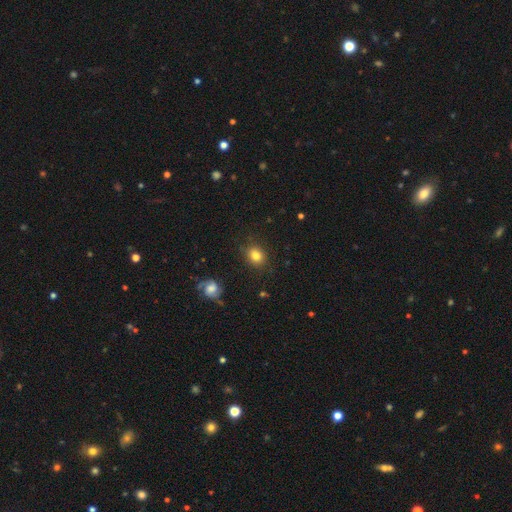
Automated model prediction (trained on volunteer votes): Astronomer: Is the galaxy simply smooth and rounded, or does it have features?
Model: smooth — 80%.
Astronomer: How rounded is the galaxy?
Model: round — 57% (runner-up: in between, 42%).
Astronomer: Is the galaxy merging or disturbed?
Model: none — 83%.